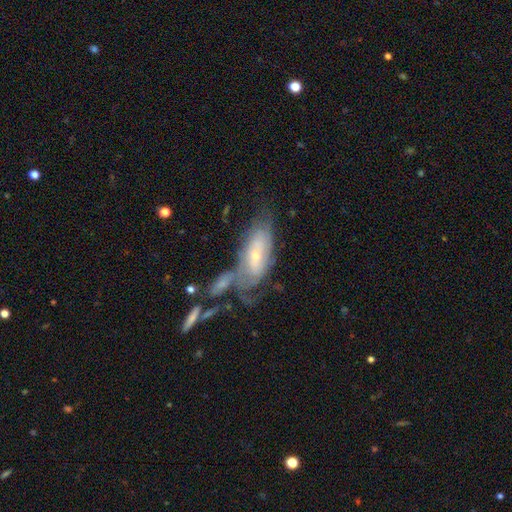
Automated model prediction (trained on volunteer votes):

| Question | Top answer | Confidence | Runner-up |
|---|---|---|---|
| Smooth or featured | featured or disk | 59% | smooth (34%) |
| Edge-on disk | no | 87% | yes (13%) |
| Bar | no | 67% | weak (25%) |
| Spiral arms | yes | 70% | no (30%) |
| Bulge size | small | 67% | moderate (28%) |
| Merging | none | 31% | merger (30%) |